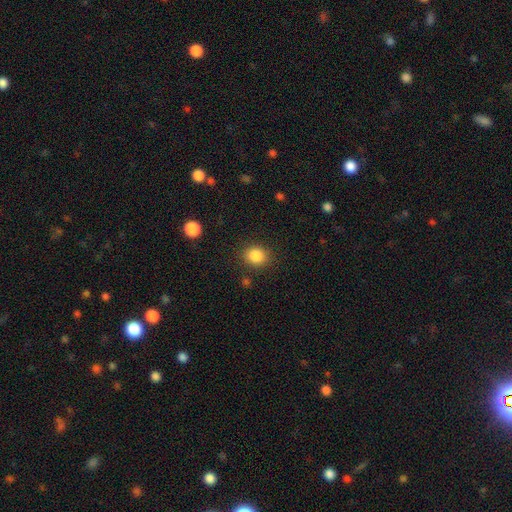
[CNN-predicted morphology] This is clearly a smooth galaxy (86%). How rounded: likely round (70%). Merging: clearly none (86%).